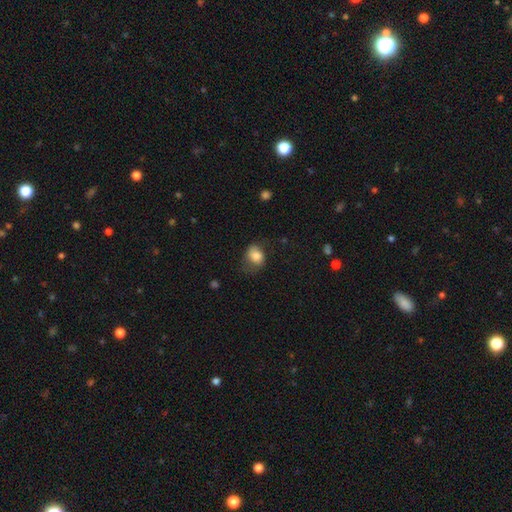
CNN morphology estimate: Smooth or featured: smooth — 79% (featured or disk — 12%)
How rounded: in between — 59% (round — 40%)
Merging: none — 54% (minor disturbance — 29%)